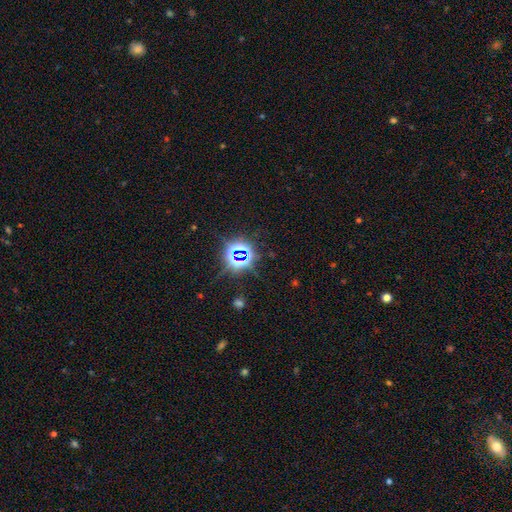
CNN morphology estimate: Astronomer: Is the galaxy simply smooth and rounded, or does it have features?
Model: star or artifact — 80%.